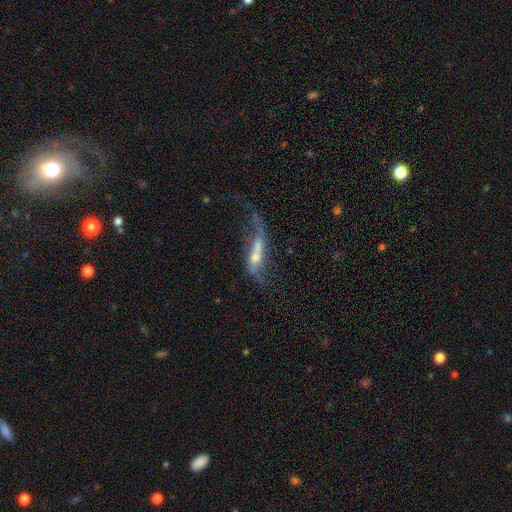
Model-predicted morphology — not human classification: Smooth or featured? Predicted: featured or disk (p=0.65). Edge-on disk? Predicted: no (p=0.62). Merging? Predicted: major disturbance (p=0.43).